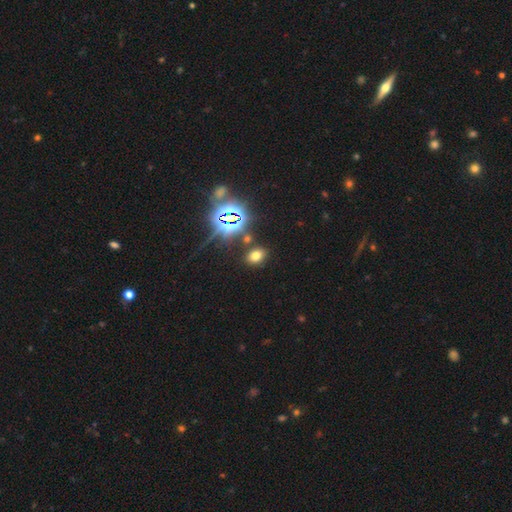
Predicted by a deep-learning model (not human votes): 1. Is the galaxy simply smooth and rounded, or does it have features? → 62% smooth, 31% star or artifact, 8% featured or disk.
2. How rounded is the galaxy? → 70% in between, 29% round, 2% cigar-shaped.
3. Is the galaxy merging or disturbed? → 84% none, 8% minor disturbance, 4% merger, 3% major disturbance.